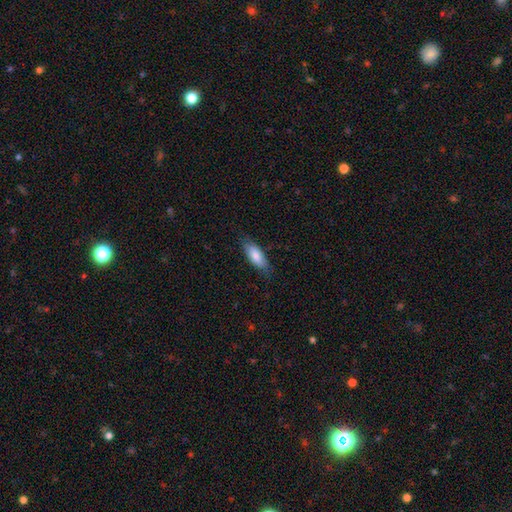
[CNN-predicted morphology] smooth_or_featured: smooth (p=0.80) [alt: featured or disk p=0.15]
how_rounded: in between (p=0.74) [alt: cigar-shaped p=0.24]
merging: none (p=0.76) [alt: minor disturbance p=0.19]